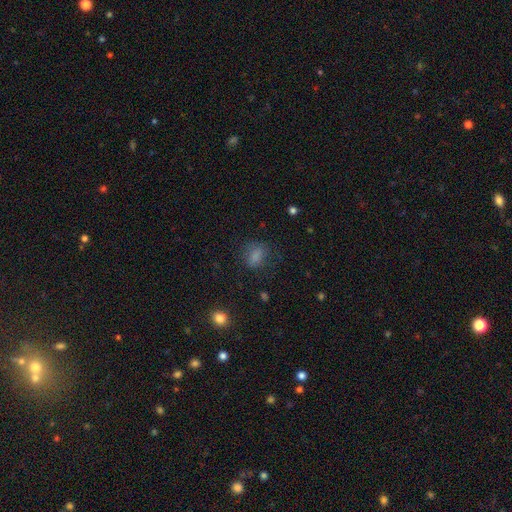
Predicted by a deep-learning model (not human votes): smooth-or-featured: smooth: 79% | star or artifact: 14% | featured or disk: 7%
  how-rounded: in between: 64% | round: 34% | cigar-shaped: 2%
  merging: none: 68% | minor disturbance: 19% | major disturbance: 10% | merger: 2%